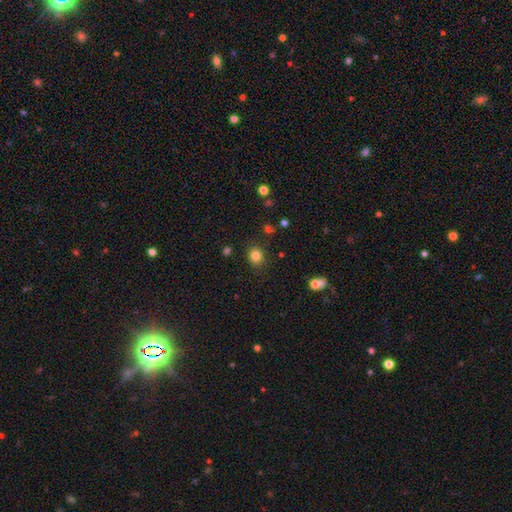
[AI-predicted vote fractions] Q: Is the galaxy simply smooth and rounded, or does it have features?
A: smooth — 82%.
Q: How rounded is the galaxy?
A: round — 68%.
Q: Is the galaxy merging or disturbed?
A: none — 87%.